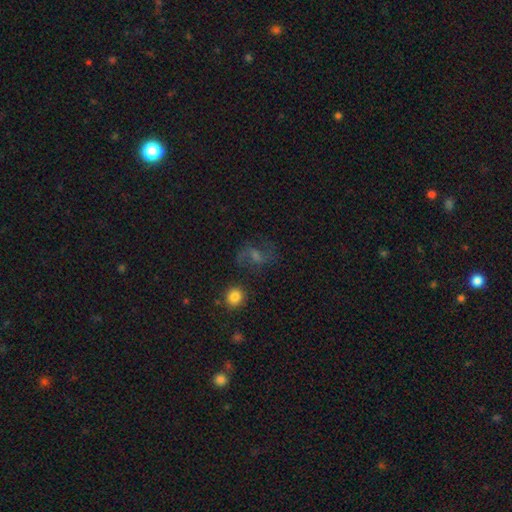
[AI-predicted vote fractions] Morphology: type=featured or disk (54%); edge-on=no (96%); bar=weak (50%); spiral arms=yes (85%); bulge=moderate (40%); merging=none (70%).